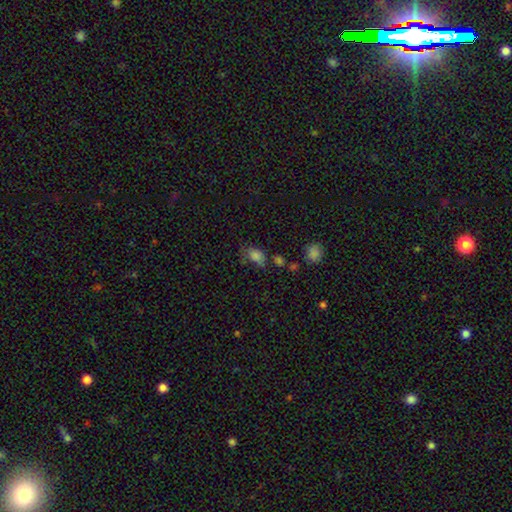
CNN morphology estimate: Smooth or featured: smooth — 77% (star or artifact — 15%)
How rounded: in between — 79% (round — 19%)
Merging: none — 45% (minor disturbance — 30%)